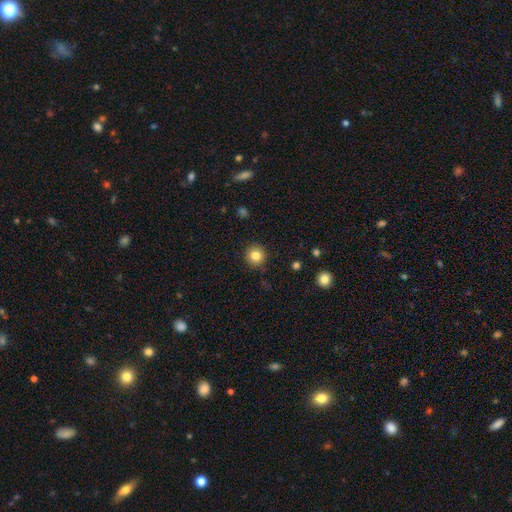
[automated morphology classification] Q: Smooth or featured?
A: smooth (83%); runner-up: star or artifact (11%)
Q: How rounded?
A: round (94%); runner-up: in between (5%)
Q: Merging?
A: none (91%); runner-up: minor disturbance (6%)